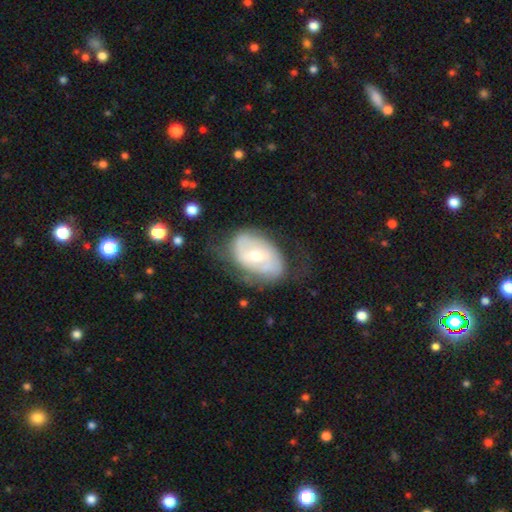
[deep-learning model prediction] A featured or disk galaxy (68%) with no bar (49%), spiral arms (76%) and a moderate central bulge (59%).

Vote fractions:
- Smooth or featured? featured or disk: 68% / smooth: 26% / star or artifact: 6%
- Edge-on disk? no: 95% / yes: 5%
- Bar? no: 49% / weak: 40% / strong: 11%
- Spiral arms? yes: 76% / no: 24%
- Bulge size? moderate: 59% / small: 34% / large: 4% / none: 1% / dominant: 1%
- Merging? none: 59% / minor disturbance: 25% / major disturbance: 14% / merger: 2%